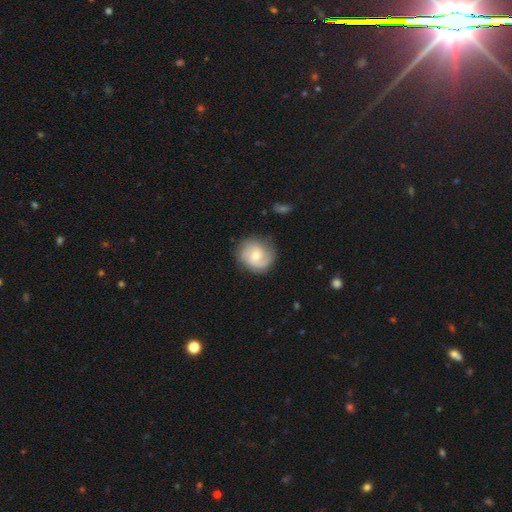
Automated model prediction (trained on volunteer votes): A featured or disk galaxy (67%) with no bar (64%), 2 (54%) tight (44%) spiral arms (91%) and a moderate central bulge (50%). Merging: none (78%).